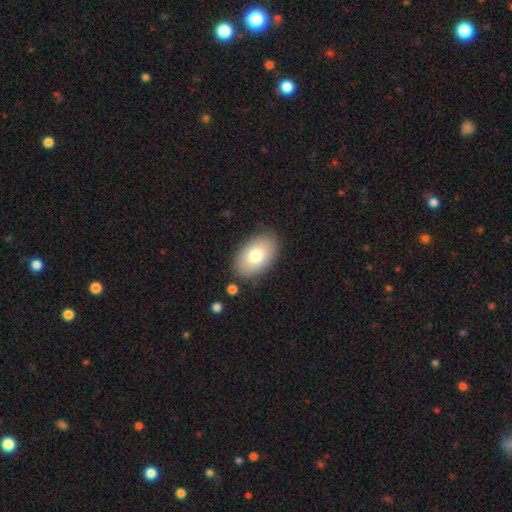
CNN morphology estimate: Smooth or featured?
  - smooth: 77% *
  - featured or disk: 15%
  - star or artifact: 7%
How rounded?
  - in between: 91% *
  - round: 7%
  - cigar-shaped: 1%
Merging?
  - none: 85% *
  - minor disturbance: 10%
  - major disturbance: 3%
  - merger: 2%